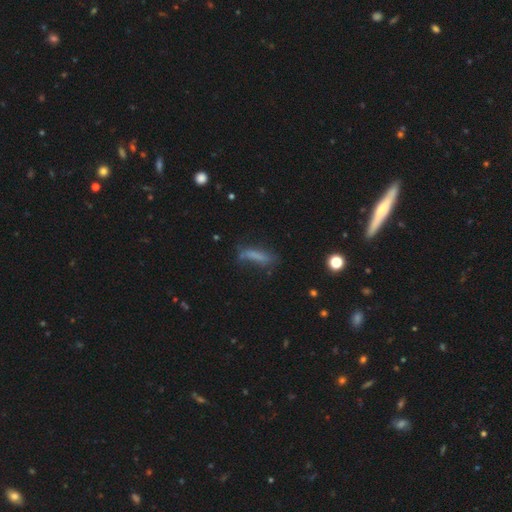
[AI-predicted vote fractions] smooth 68%, featured or disk 19%, star or artifact 12%. Down the decision tree: how rounded — cigar-shaped (73%); merging — none (57%).